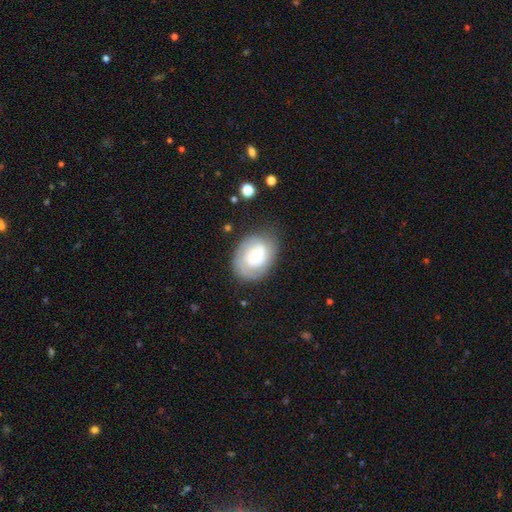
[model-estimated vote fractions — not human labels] A featured or disk galaxy (61%) with no bar (75%), spiral arms (77%) and a small central bulge (55%). Merging: none (70%).